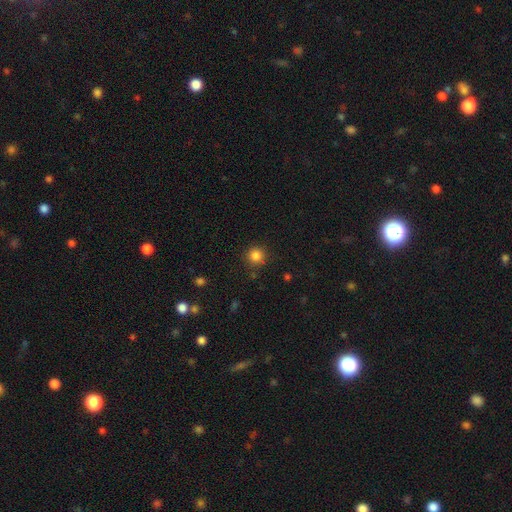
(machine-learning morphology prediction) Q: Smooth or featured?
A: smooth (84%); runner-up: star or artifact (12%)
Q: How rounded?
A: round (94%); runner-up: in between (5%)
Q: Merging?
A: none (88%); runner-up: minor disturbance (8%)